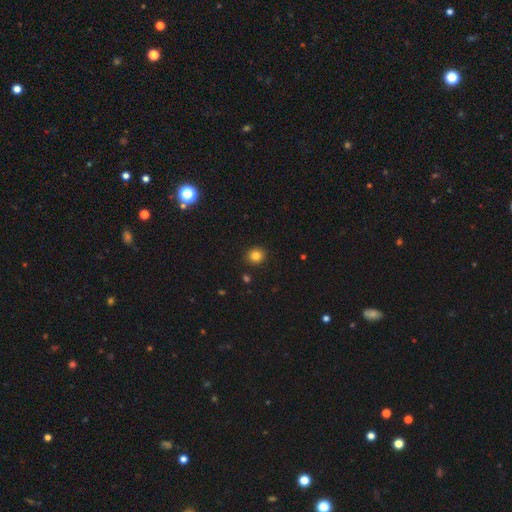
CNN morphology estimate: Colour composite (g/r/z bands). It shows a smooth galaxy with no disk features (82%) that is round (87%). Merging: none (91%).